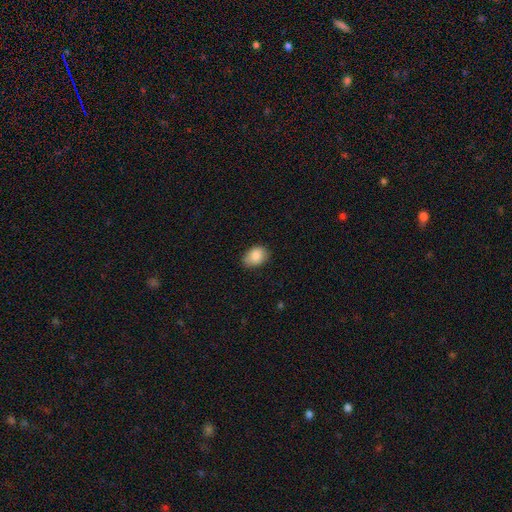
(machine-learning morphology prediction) smooth-or-featured: smooth: 87% | star or artifact: 7% | featured or disk: 5%
  how-rounded: in between: 77% | round: 22% | cigar-shaped: 1%
  merging: none: 76% | minor disturbance: 20% | major disturbance: 3% | merger: 1%